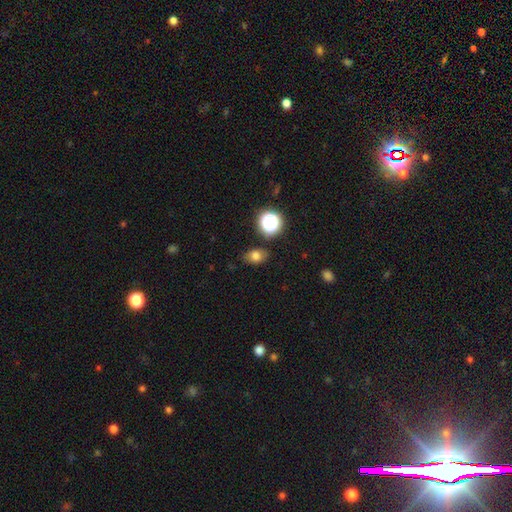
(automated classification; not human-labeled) The model was most divided on "how rounded": in between: 72%, round: 26%, cigar-shaped: 2%. More confident: merging — none (80%); smooth or featured — smooth (75%).